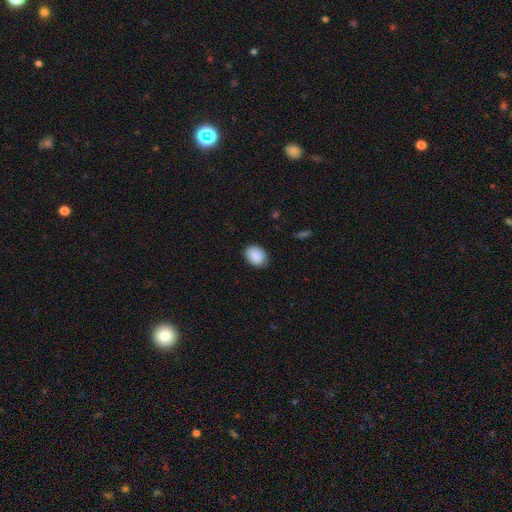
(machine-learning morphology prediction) Smooth or featured?
  - smooth: 90% *
  - star or artifact: 7%
  - featured or disk: 4%
How rounded?
  - in between: 70% *
  - round: 29%
  - cigar-shaped: 1%
Merging?
  - none: 81% *
  - minor disturbance: 15%
  - major disturbance: 3%
  - merger: 1%